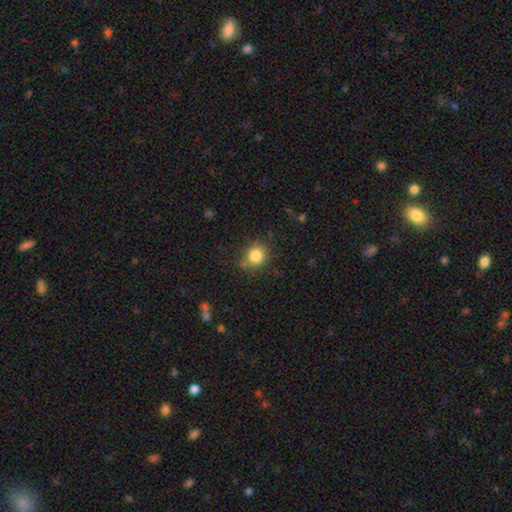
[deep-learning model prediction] Smooth or featured? smooth (83%)
How rounded? round (86%)
Merging? none (78%)